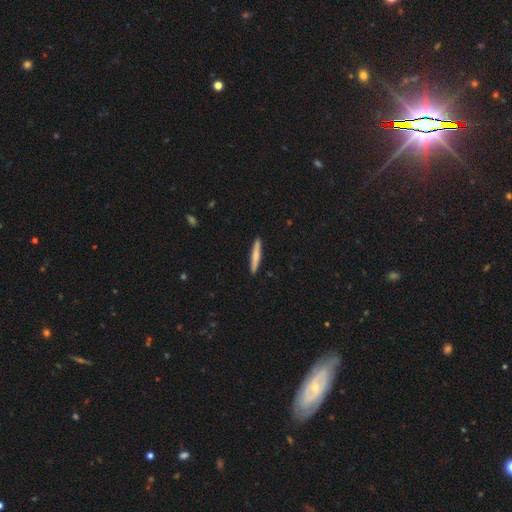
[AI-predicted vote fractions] Smooth or featured: smooth — 68% (featured or disk — 26%)
How rounded: cigar-shaped — 94% (in between — 4%)
Merging: none — 92% (minor disturbance — 6%)